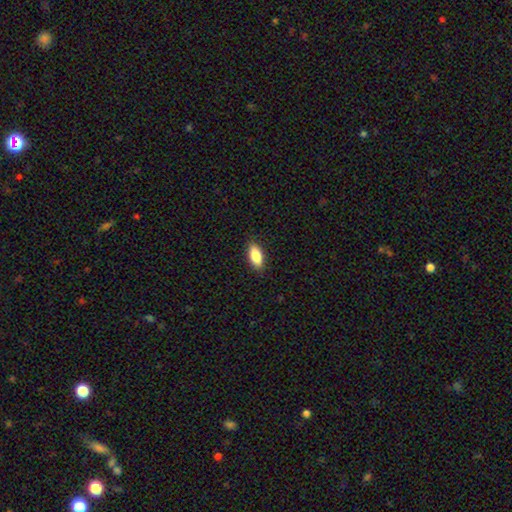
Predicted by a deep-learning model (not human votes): A smooth galaxy with no disk features (86%) that is in between round and cigar-shaped (85%). Merging: none (88%).